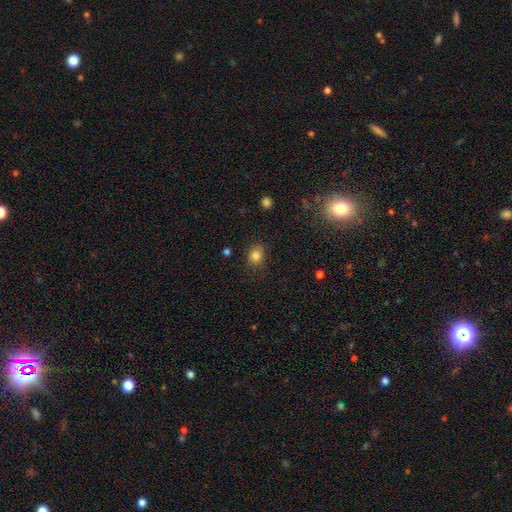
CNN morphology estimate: The model was most divided on "how rounded": round: 61%, in between: 38%, cigar-shaped: 1%. More confident: smooth or featured — smooth (83%); merging — none (77%).